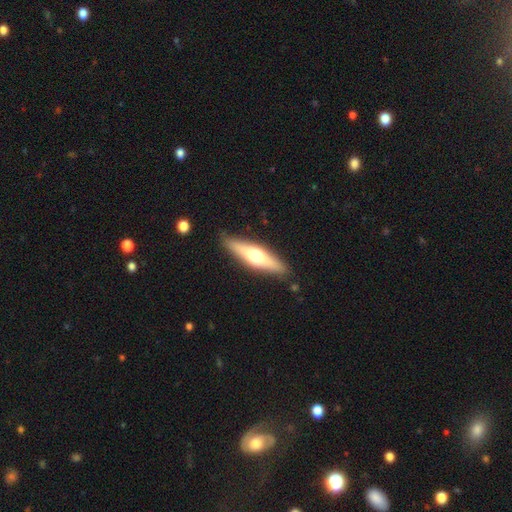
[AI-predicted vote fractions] featured or disk 54%, smooth 40%, star or artifact 5%. Down the decision tree: edge-on disk — yes (92%); edge-on bulge — rounded (92%); merging — none (87%).